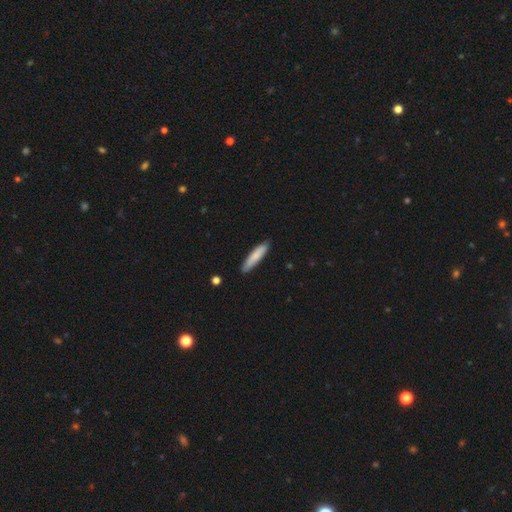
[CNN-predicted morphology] smooth 80%, featured or disk 14%, star or artifact 5%. Down the decision tree: how rounded — cigar-shaped (84%); merging — none (87%).